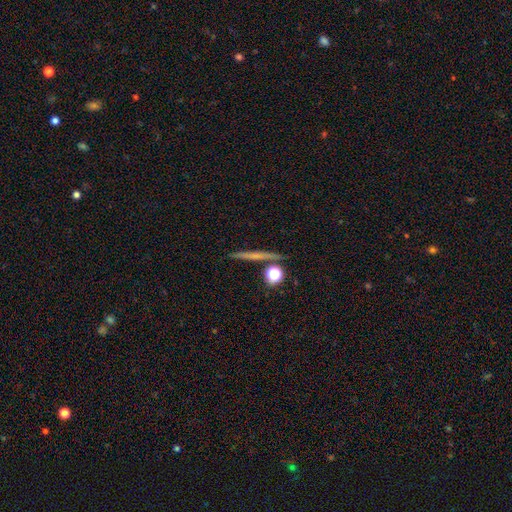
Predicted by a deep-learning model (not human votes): A featured or disk galaxy (46%). Merging: none (86%).